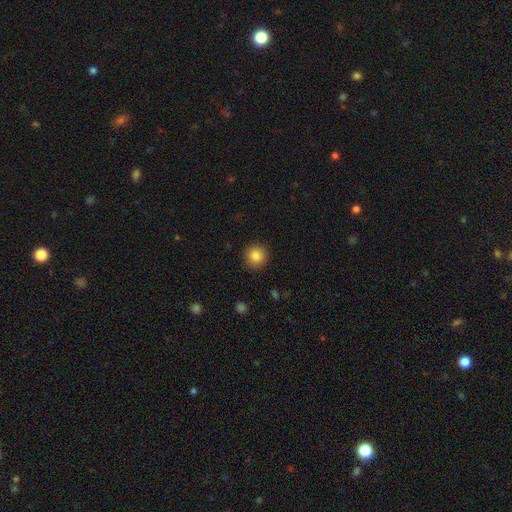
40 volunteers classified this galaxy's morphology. A smooth galaxy with no disk features (92%) that is round (92%).

Vote fractions:
- Smooth or featured? smooth: 92% / star or artifact: 5% / featured or disk: 2%
- How rounded? round: 92% / in between: 8% / cigar-shaped: 0%
- Merging? none: 92% / major disturbance: 5% / minor disturbance: 3% / merger: 0%